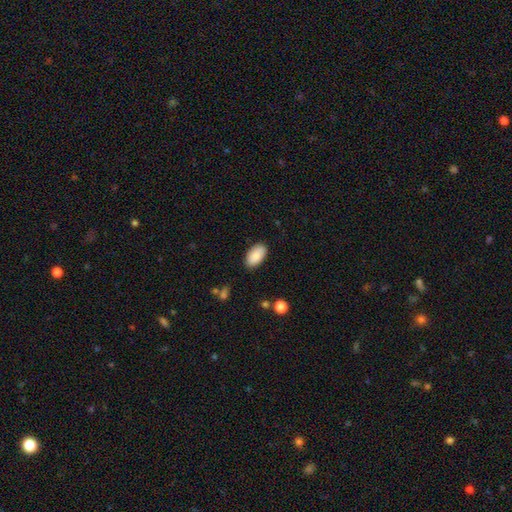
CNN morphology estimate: Smooth or featured? smooth (86%)
How rounded? in between (95%)
Merging? none (85%)